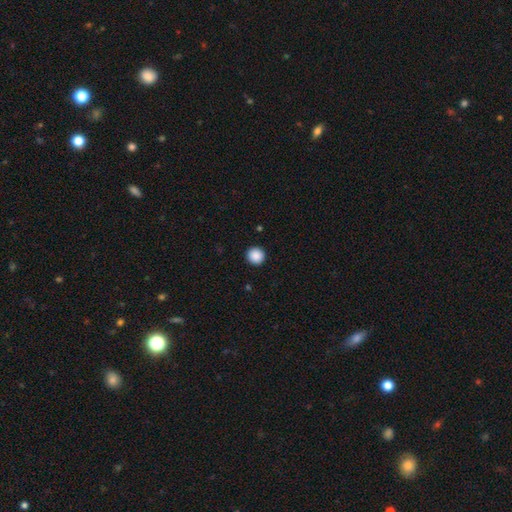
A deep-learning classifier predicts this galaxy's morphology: smooth-or-featured: smooth: 89% | star or artifact: 9% | featured or disk: 2%
  how-rounded: round: 96% | in between: 3% | cigar-shaped: 1%
  merging: none: 93% | minor disturbance: 4% | major disturbance: 1% | merger: 1%